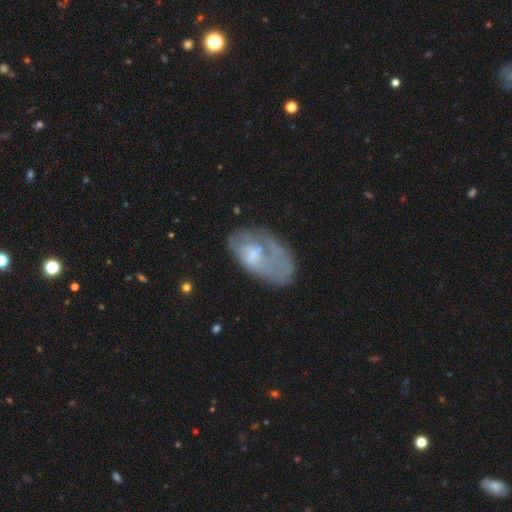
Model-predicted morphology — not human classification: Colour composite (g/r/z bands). It shows a featured or disk galaxy (50%). Merging: none (39%).